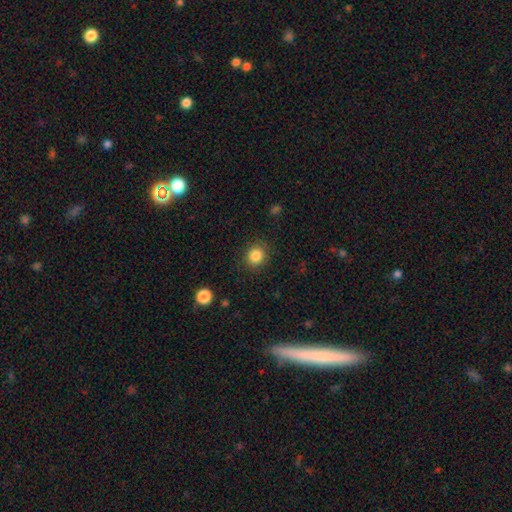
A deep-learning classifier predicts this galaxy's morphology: Smooth or featured? smooth (85%)
How rounded? round (86%)
Merging? none (88%)